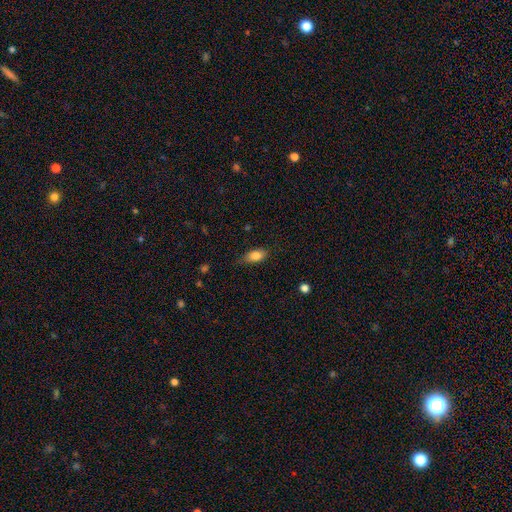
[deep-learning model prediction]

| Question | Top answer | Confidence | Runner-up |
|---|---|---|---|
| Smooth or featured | smooth | 81% | featured or disk (11%) |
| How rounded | in between | 84% | cigar-shaped (11%) |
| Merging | none | 72% | minor disturbance (22%) |